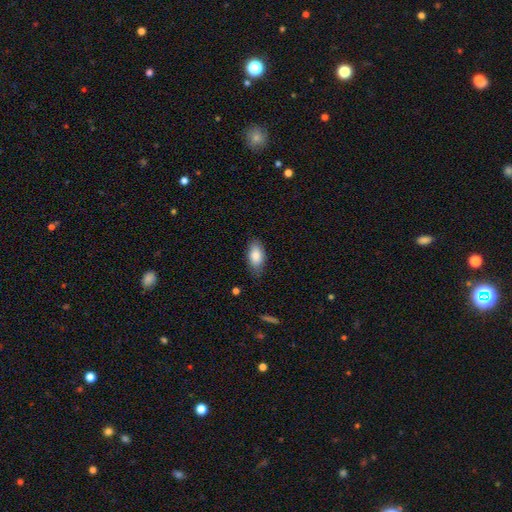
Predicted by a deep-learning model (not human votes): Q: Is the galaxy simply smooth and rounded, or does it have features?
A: smooth — 85%.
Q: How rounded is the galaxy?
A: in between — 92%.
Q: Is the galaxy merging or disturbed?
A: none — 77%.